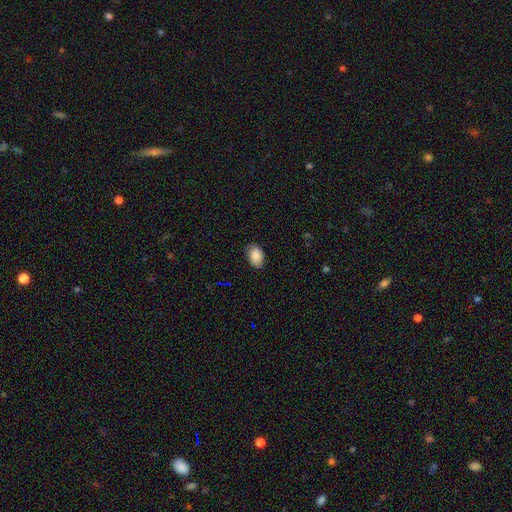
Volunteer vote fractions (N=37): Smooth or featured: smooth — 84% (featured or disk — 14%)
How rounded: in between — 90% (round — 10%)
Merging: none — 69% (minor disturbance — 25%)